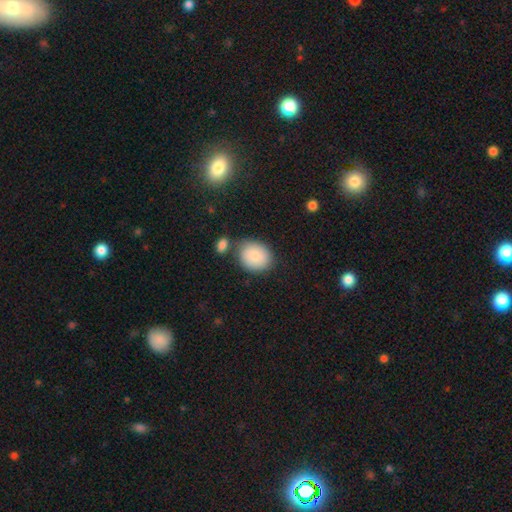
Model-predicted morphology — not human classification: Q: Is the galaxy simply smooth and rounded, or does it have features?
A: smooth — 85%.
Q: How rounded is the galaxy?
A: round — 59%.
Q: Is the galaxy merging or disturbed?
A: none — 67%.